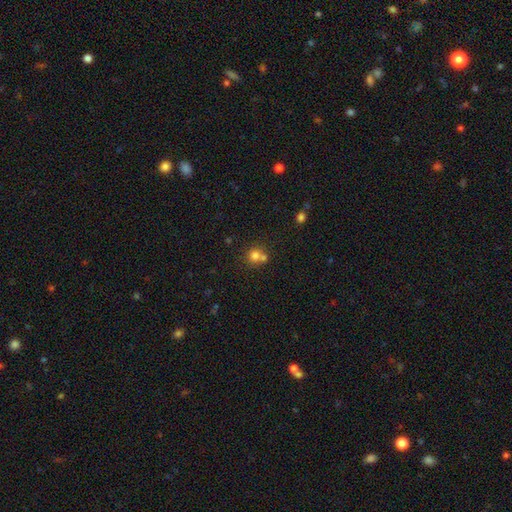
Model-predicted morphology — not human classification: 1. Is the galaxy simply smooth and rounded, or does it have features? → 75% smooth, 14% star or artifact, 11% featured or disk.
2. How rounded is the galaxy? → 85% round, 14% in between, 1% cigar-shaped.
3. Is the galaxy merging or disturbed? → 48% none, 42% merger, 8% minor disturbance, 3% major disturbance.